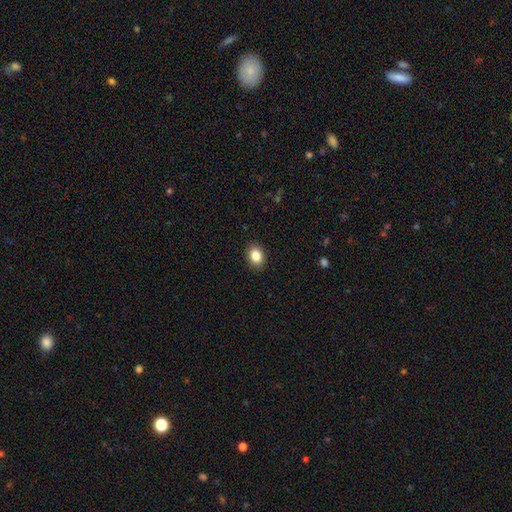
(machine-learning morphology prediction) Smooth or featured? Predicted: smooth (p=0.86). How rounded? Predicted: in between (p=0.63). Merging? Predicted: none (p=0.89).